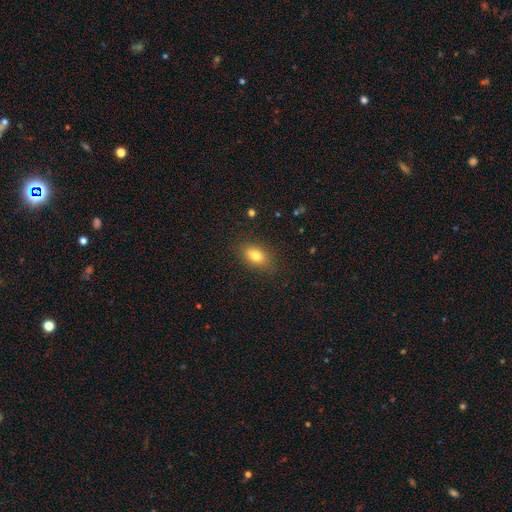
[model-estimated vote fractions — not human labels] A smooth galaxy with no disk features (77%) that is in between round and cigar-shaped (83%).

Vote fractions:
- Smooth or featured? smooth: 77% / featured or disk: 13% / star or artifact: 10%
- How rounded? in between: 83% / round: 12% / cigar-shaped: 5%
- Merging? none: 82% / minor disturbance: 13% / major disturbance: 3% / merger: 2%